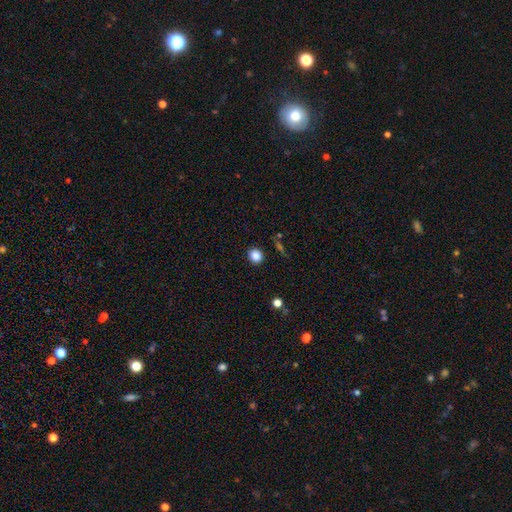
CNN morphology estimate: This appears to be a smooth galaxy with no disk features (86%) that is round (81%). Merging: none (90%).